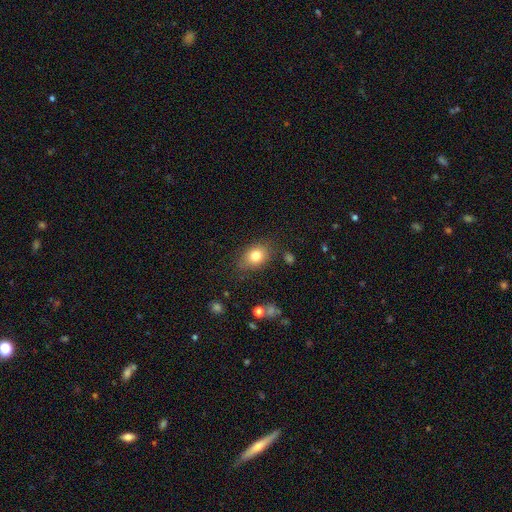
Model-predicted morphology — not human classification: smooth-or-featured: smooth: 79% | featured or disk: 11% | star or artifact: 10%
  how-rounded: in between: 68% | round: 31% | cigar-shaped: 1%
  merging: none: 78% | minor disturbance: 16% | major disturbance: 4% | merger: 2%